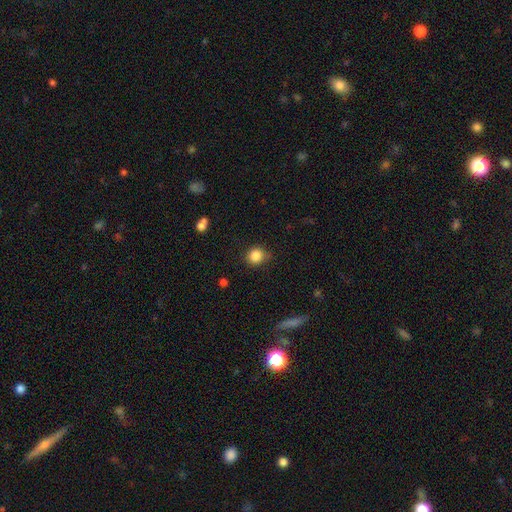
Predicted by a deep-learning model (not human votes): smooth-or-featured: smooth: 85% | star or artifact: 10% | featured or disk: 5%
  how-rounded: round: 84% | in between: 15% | cigar-shaped: 1%
  merging: none: 80% | minor disturbance: 15% | major disturbance: 3% | merger: 2%